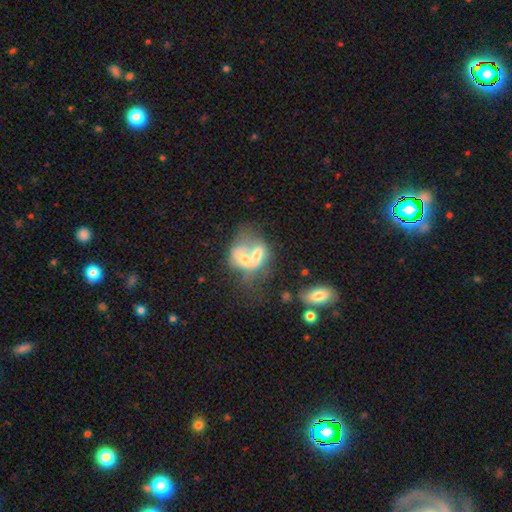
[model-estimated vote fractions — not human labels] smooth-or-featured: featured or disk: 46% | smooth: 44% | star or artifact: 10%
  merging: merger: 69% | major disturbance: 12% | none: 11% | minor disturbance: 7%